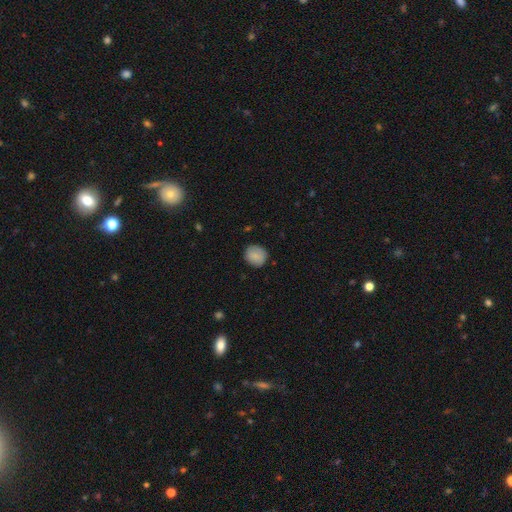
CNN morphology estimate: smooth_or_featured: smooth (p=0.87) [alt: star or artifact p=0.08]
how_rounded: round (p=0.88) [alt: in between p=0.11]
merging: none (p=0.85) [alt: minor disturbance p=0.12]